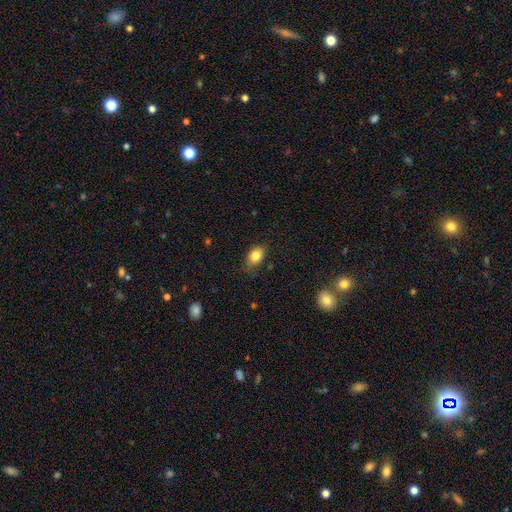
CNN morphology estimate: smooth-or-featured: smooth: 84% | star or artifact: 8% | featured or disk: 7%
  how-rounded: in between: 80% | round: 18% | cigar-shaped: 2%
  merging: none: 77% | minor disturbance: 18% | major disturbance: 4% | merger: 1%